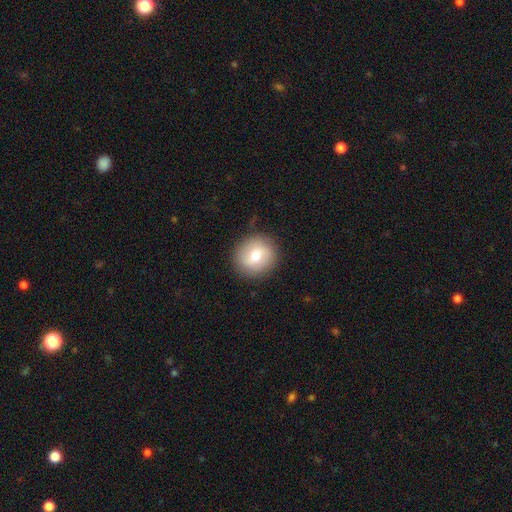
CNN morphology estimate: Smooth or featured? Predicted: smooth (p=0.70). How rounded? Predicted: round (p=0.88). Merging? Predicted: none (p=0.87).